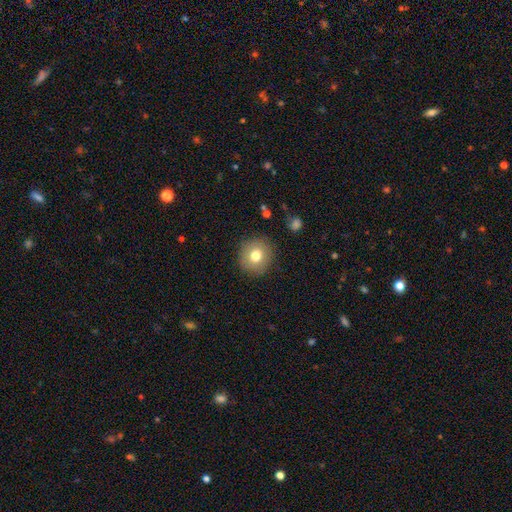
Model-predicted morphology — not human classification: smooth_or_featured: smooth (p=0.77) [alt: featured or disk p=0.13]
how_rounded: round (p=0.89) [alt: in between p=0.10]
merging: none (p=0.88) [alt: minor disturbance p=0.08]